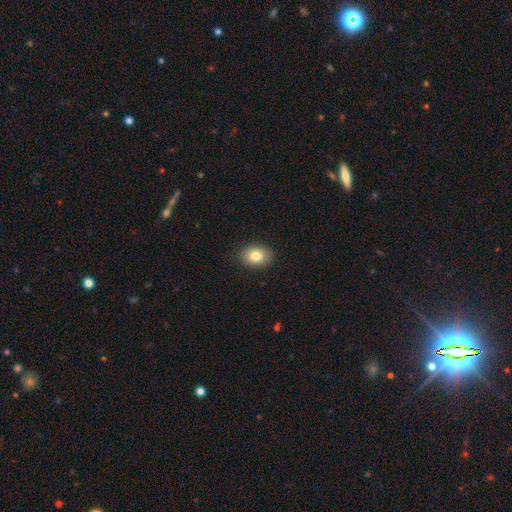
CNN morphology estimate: A smooth galaxy with no disk features (81%) that is in between round and cigar-shaped (74%).

Vote fractions:
- Smooth or featured? smooth: 81% / featured or disk: 10% / star or artifact: 8%
- How rounded? in between: 74% / round: 25% / cigar-shaped: 1%
- Merging? none: 89% / minor disturbance: 8% / major disturbance: 2% / merger: 1%